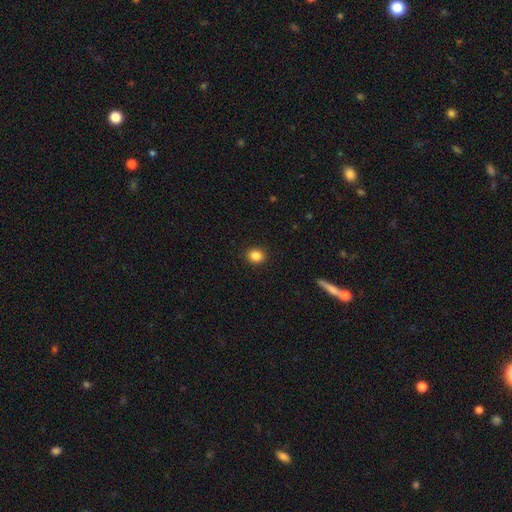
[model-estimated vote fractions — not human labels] Morphology: type=smooth (86%); roundness=round (72%); merging=none (92%).